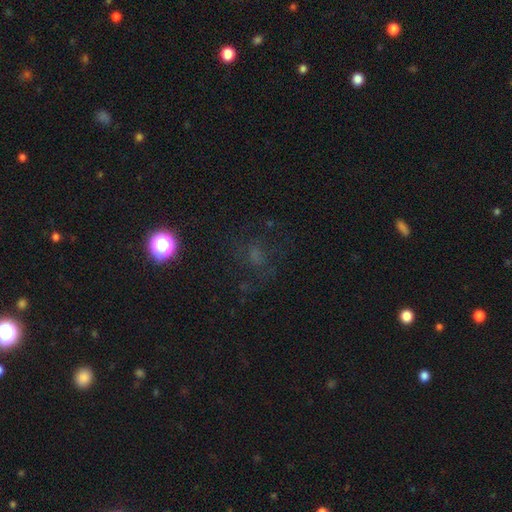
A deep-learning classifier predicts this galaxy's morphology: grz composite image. It shows a star or artifact, not a galaxy (41%).